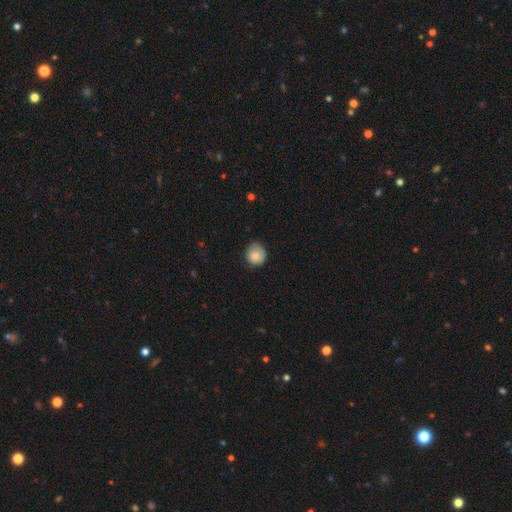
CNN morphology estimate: This appears to be a smooth galaxy with no disk features (83%) that is round (87%). Merging: none (68%).